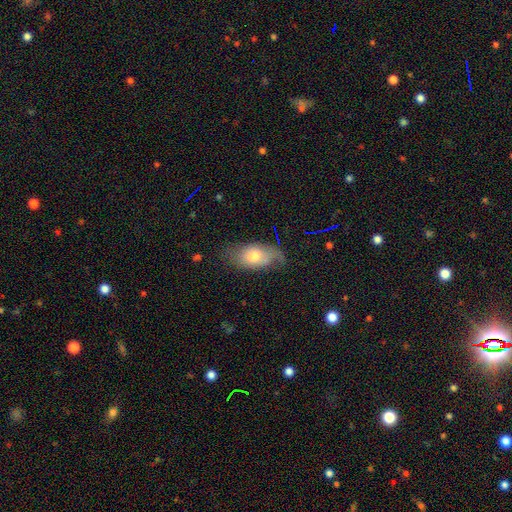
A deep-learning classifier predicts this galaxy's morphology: Smooth or featured?
  - smooth: 61% *
  - featured or disk: 31%
  - star or artifact: 8%
How rounded?
  - in between: 90% *
  - round: 6%
  - cigar-shaped: 4%
Merging?
  - none: 52% *
  - minor disturbance: 31%
  - major disturbance: 14%
  - merger: 2%